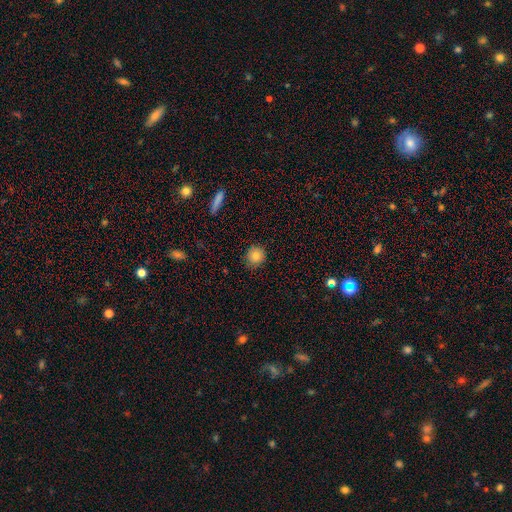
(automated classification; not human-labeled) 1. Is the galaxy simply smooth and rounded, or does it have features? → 83% smooth, 10% star or artifact, 7% featured or disk.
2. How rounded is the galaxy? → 90% round, 9% in between, 1% cigar-shaped.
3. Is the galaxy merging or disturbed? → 88% none, 9% minor disturbance, 2% major disturbance, 1% merger.